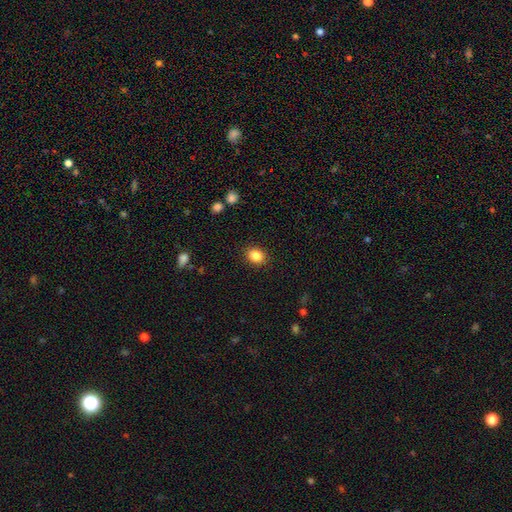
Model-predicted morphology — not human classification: The model was most divided on "how rounded": in between: 57%, round: 42%, cigar-shaped: 1%. More confident: merging — none (89%); smooth or featured — smooth (86%).